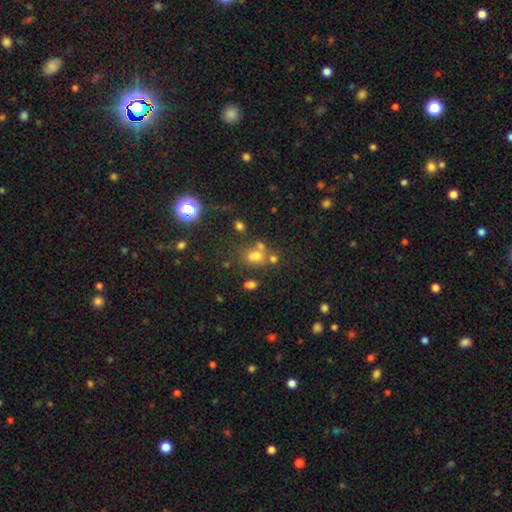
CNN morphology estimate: This appears to be a smooth galaxy with no disk features (64%) that is in between round and cigar-shaped (57%). Merging: none (47%).